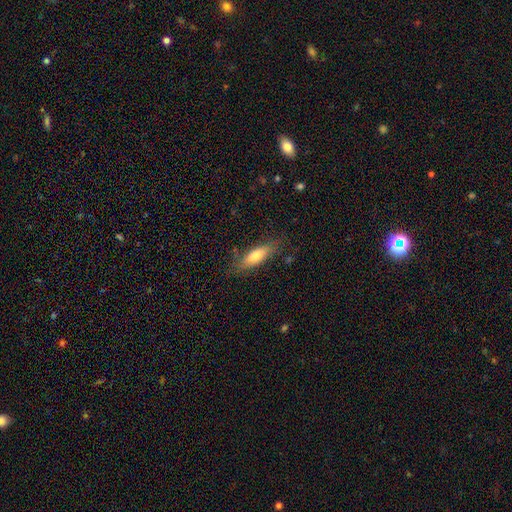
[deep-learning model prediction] A smooth galaxy with no disk features (70%) that is in between round and cigar-shaped (57%). Merging: none (76%).